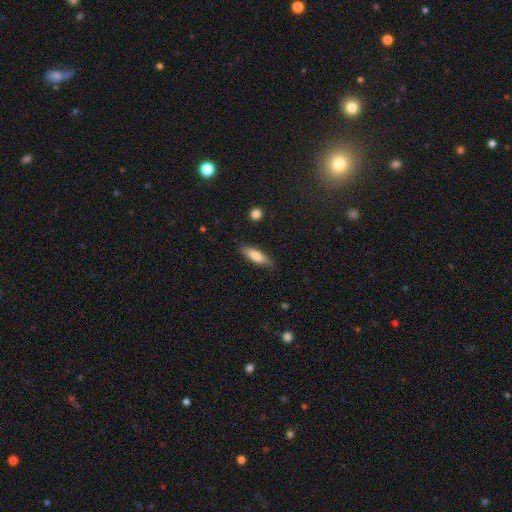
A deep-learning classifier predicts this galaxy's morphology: This appears to be a smooth galaxy with no disk features (79%) that is cigar-shaped (50%). Merging: none (84%).